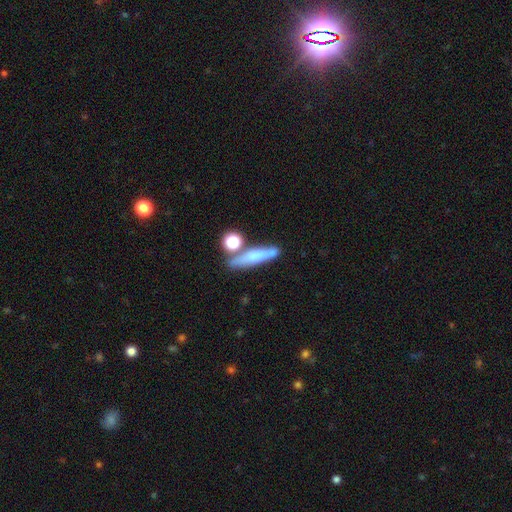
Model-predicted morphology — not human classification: The model was most divided on "smooth or featured": smooth: 55%, featured or disk: 35%, star or artifact: 11%. More confident: how rounded — cigar-shaped (70%); merging — none (56%).